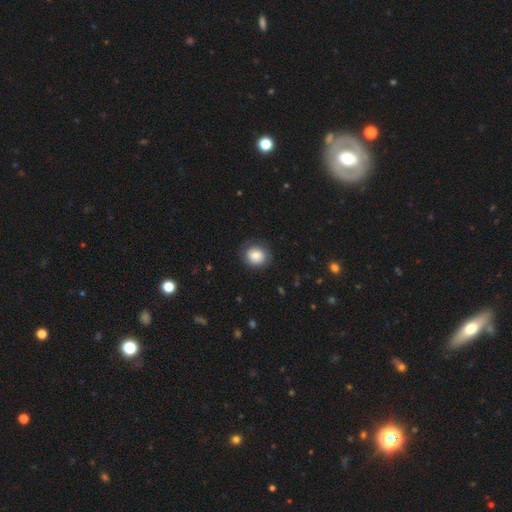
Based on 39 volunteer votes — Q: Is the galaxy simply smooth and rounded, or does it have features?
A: smooth — 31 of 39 (79%).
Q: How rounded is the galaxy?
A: round — 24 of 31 (77%).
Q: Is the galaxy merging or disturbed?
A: none — 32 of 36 (89%).